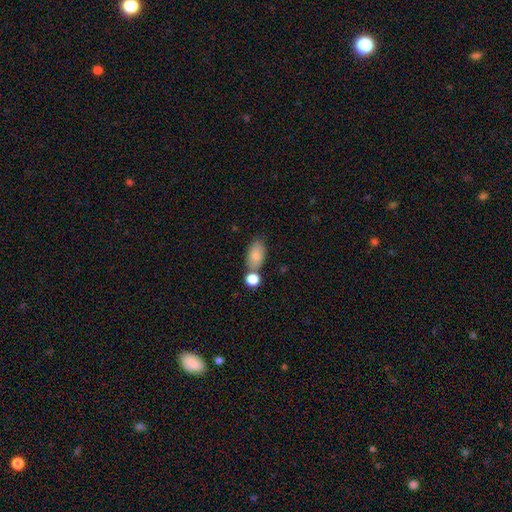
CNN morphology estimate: The model was most divided on "merging": none: 58%, merger: 22%, minor disturbance: 15%, major disturbance: 5%. More confident: how rounded — in between (90%); smooth or featured — smooth (84%).